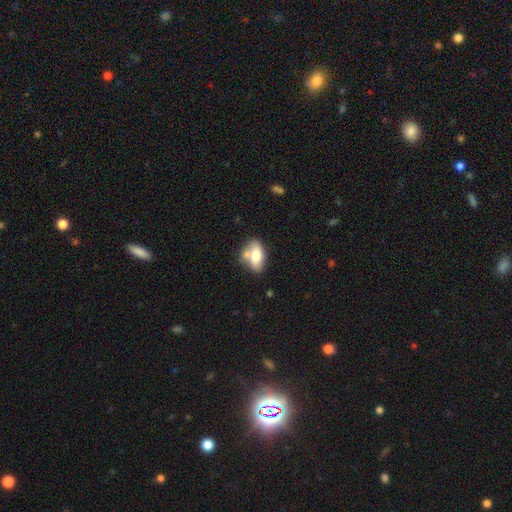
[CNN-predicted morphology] smooth_or_featured: smooth (p=0.67) [alt: featured or disk p=0.25]
how_rounded: in between (p=0.85) [alt: round p=0.12]
merging: none (p=0.44) [alt: merger p=0.30]